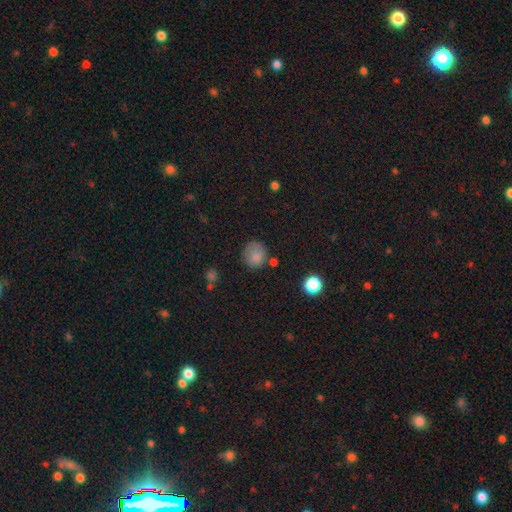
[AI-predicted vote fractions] This is clearly a smooth galaxy (82%). How rounded: clearly round (81%). Merging: likely none (67%).